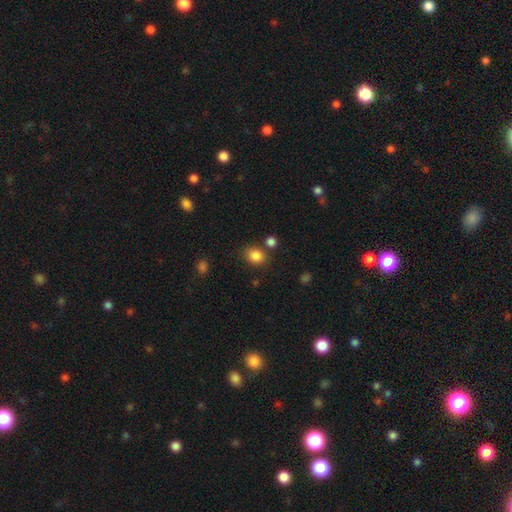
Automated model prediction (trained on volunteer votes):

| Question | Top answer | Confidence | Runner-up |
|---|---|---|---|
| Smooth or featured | smooth | 85% | star or artifact (10%) |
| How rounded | round | 60% | in between (39%) |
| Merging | none | 74% | minor disturbance (11%) |